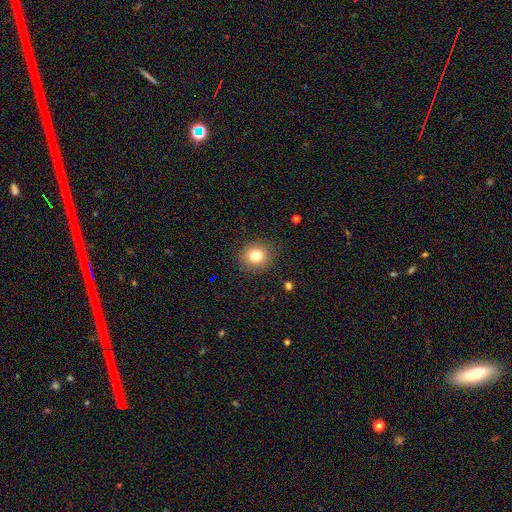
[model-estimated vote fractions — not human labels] Smooth or featured? smooth (78%)
How rounded? round (85%)
Merging? none (89%)